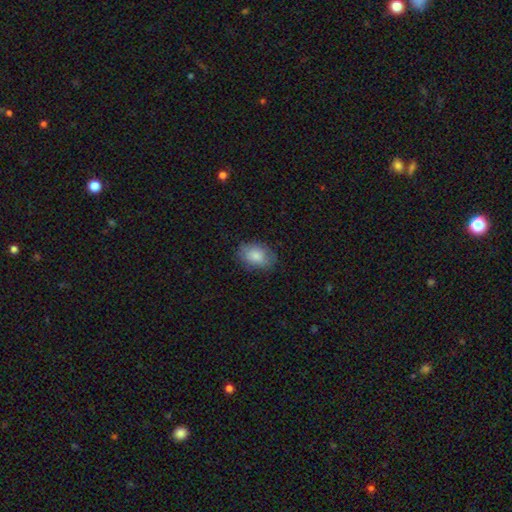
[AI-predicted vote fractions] smooth_or_featured: smooth (p=0.83) [alt: featured or disk p=0.10]
how_rounded: in between (p=0.82) [alt: round p=0.17]
merging: none (p=0.78) [alt: minor disturbance p=0.17]